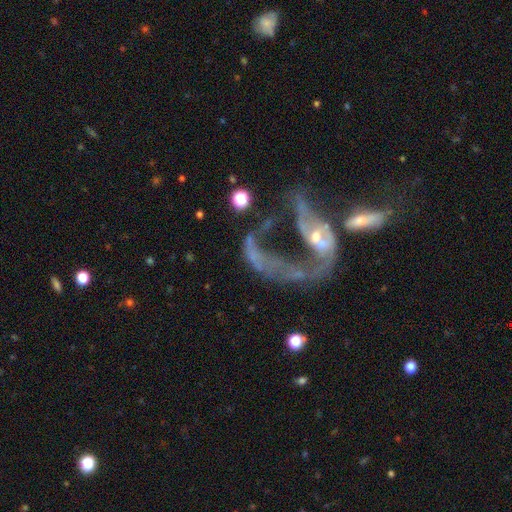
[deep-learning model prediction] Morphology: type=featured or disk (69%); edge-on=no (95%); bar=no (67%); spiral arms=yes (55%); bulge=small (45%); merging=merger (48%).